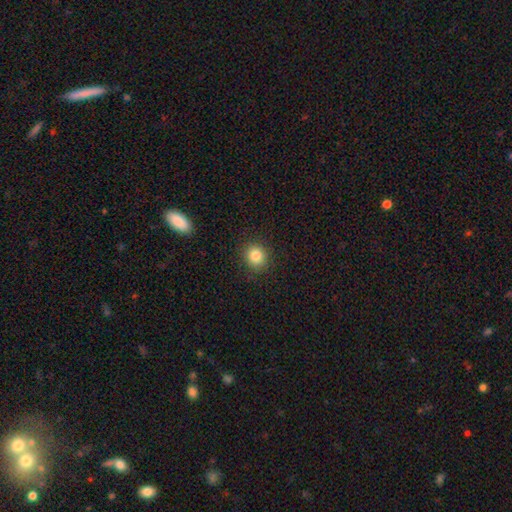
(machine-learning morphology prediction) Smooth or featured?
  - smooth: 84% *
  - star or artifact: 11%
  - featured or disk: 6%
How rounded?
  - round: 85% *
  - in between: 14%
  - cigar-shaped: 1%
Merging?
  - none: 89% *
  - minor disturbance: 7%
  - major disturbance: 2%
  - merger: 1%